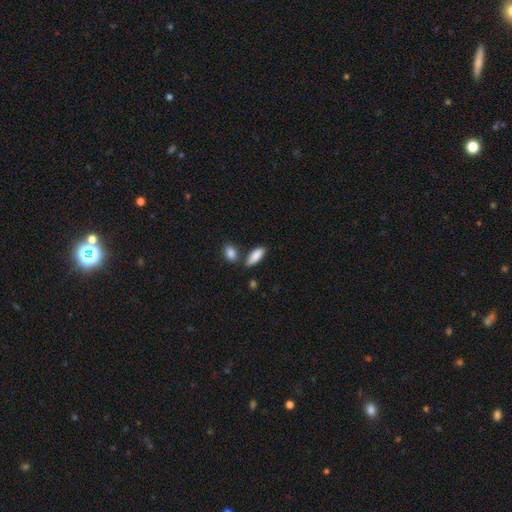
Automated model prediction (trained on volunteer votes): Morphology: type=smooth (87%); roundness=in between (72%); merging=none (68%).